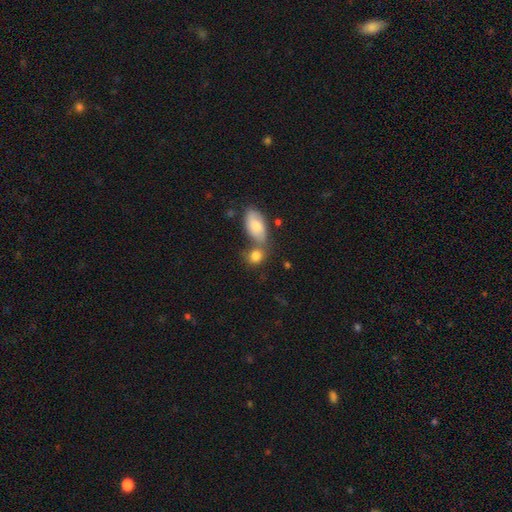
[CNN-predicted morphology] Q: Smooth or featured?
A: smooth (82%); runner-up: featured or disk (9%)
Q: How rounded?
A: in between (50%); runner-up: round (47%)
Q: Merging?
A: none (49%); runner-up: merger (34%)